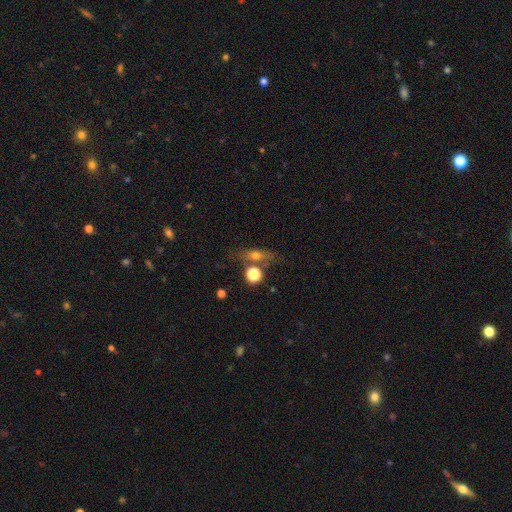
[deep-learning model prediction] The model was most divided on "how rounded": in between: 44%, cigar-shaped: 32%, round: 23%. More confident: merging — none (63%); smooth or featured — smooth (55%).